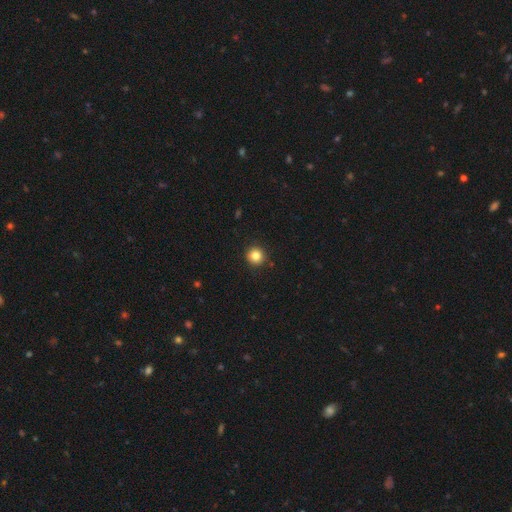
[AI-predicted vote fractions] smooth_or_featured: smooth (p=0.84) [alt: star or artifact p=0.11]
how_rounded: round (p=0.93) [alt: in between p=0.06]
merging: none (p=0.91) [alt: minor disturbance p=0.06]